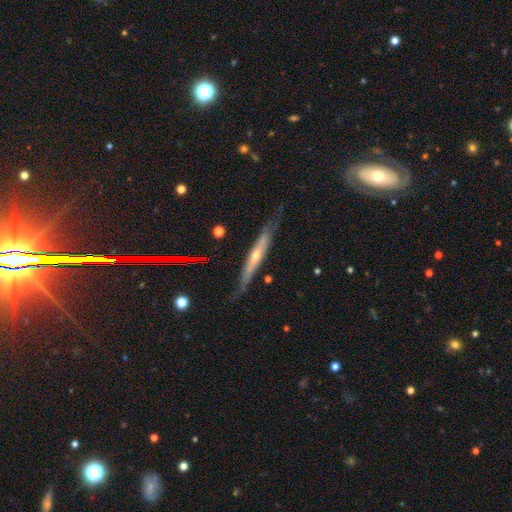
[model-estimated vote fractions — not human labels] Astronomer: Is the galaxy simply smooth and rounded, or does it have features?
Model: featured or disk — 69%.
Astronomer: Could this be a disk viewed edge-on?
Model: yes — 85%.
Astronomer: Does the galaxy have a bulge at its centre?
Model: rounded — 62%.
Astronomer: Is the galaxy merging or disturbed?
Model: none — 74%.